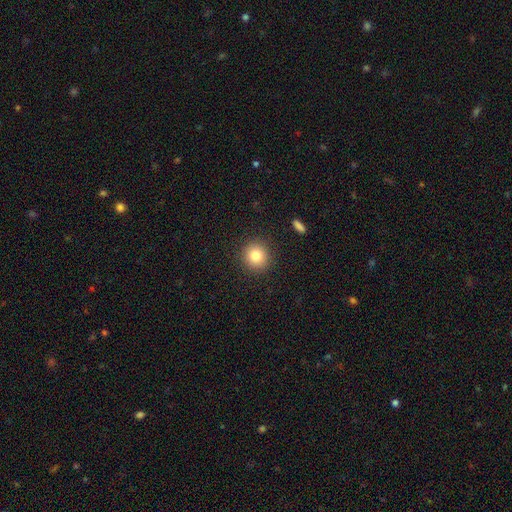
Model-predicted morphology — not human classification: Smooth or featured?
  - smooth: 81% *
  - star or artifact: 11%
  - featured or disk: 8%
How rounded?
  - round: 91% *
  - in between: 8%
  - cigar-shaped: 1%
Merging?
  - none: 90% *
  - minor disturbance: 6%
  - major disturbance: 2%
  - merger: 1%